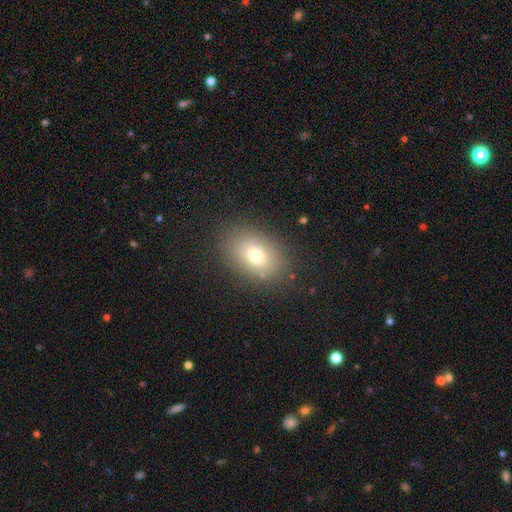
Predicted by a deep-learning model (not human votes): smooth-or-featured: smooth: 72% | featured or disk: 15% | star or artifact: 12%
  how-rounded: in between: 79% | round: 19% | cigar-shaped: 1%
  merging: none: 83% | minor disturbance: 11% | major disturbance: 4% | merger: 2%